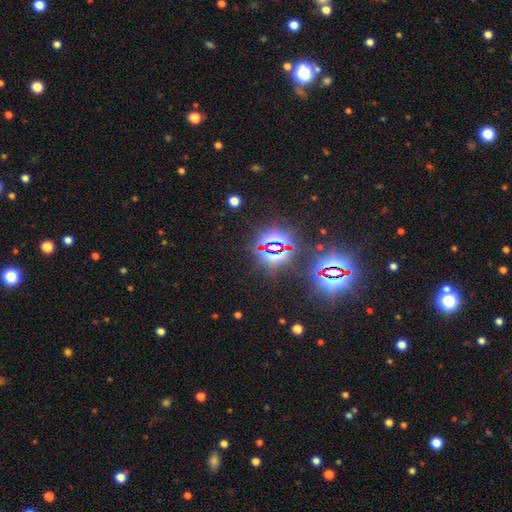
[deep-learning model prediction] A star or artifact, not a galaxy (83%).